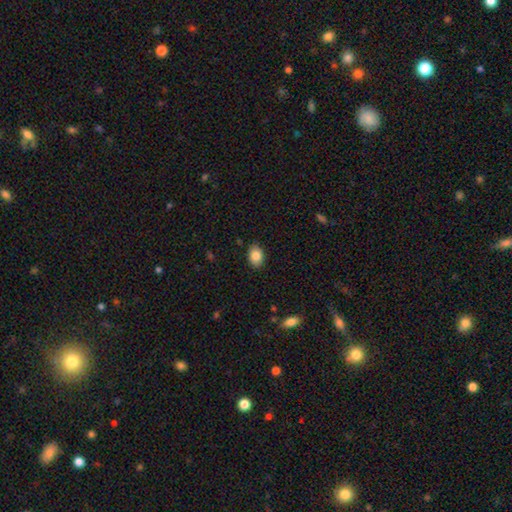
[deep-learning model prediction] Smooth or featured? smooth (86%)
How rounded? in between (81%)
Merging? none (86%)